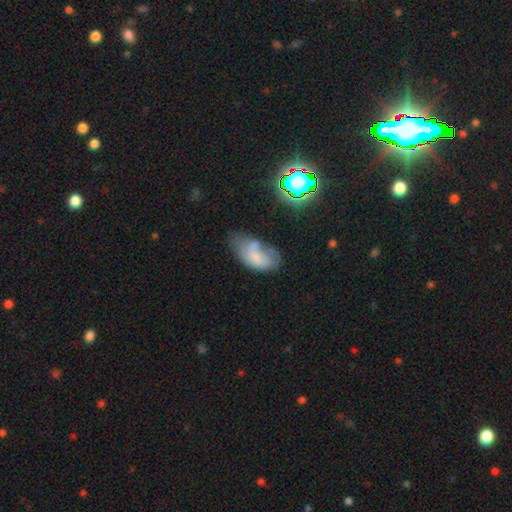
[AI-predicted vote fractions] Smooth or featured?
  - smooth: 59% *
  - featured or disk: 30%
  - star or artifact: 11%
How rounded?
  - in between: 92% *
  - round: 5%
  - cigar-shaped: 3%
Merging?
  - none: 33% * (tied)
  - minor disturbance: 33% * (tied)
  - major disturbance: 22%
  - merger: 11%